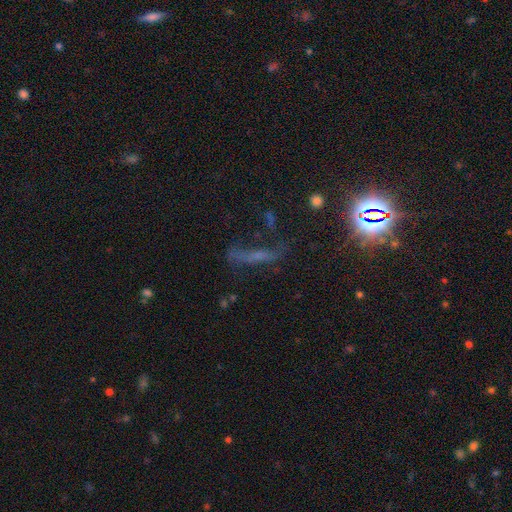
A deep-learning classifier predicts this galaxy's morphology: Q: Smooth or featured?
A: star or artifact (39%); runner-up: featured or disk (32%)